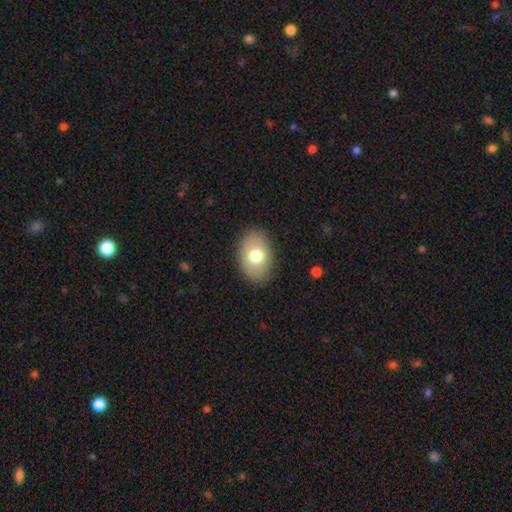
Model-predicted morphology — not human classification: smooth 73%, featured or disk 19%, star or artifact 8%. Down the decision tree: how rounded — in between (83%); merging — none (86%).